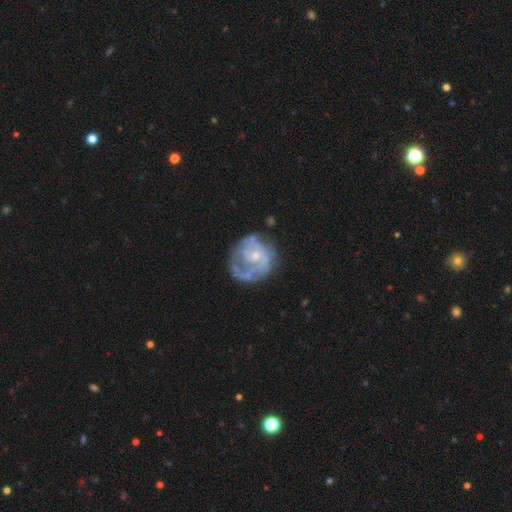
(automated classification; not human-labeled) Smooth or featured?
  - featured or disk: 77% *
  - smooth: 17%
  - star or artifact: 6%
Edge-on disk?
  - no: 98% *
  - yes: 2%
Bar?
  - no: 73% *
  - weak: 23%
  - strong: 4%
Spiral arms?
  - yes: 76% *
  - no: 24%
Spiral winding?
  - tight: 48% *
  - medium: 35%
  - loose: 17%
Spiral arm count?
  - 2: 32% * (tied)
  - can't tell: 32% * (tied)
  - 1: 19%
  - 3: 11%
  - 4: 4%
  - more than 4: 3%
Bulge size?
  - small: 61% *
  - moderate: 31%
  - none: 6%
  - large: 2%
  - dominant: 1%
Merging?
  - none: 52% *
  - minor disturbance: 22%
  - major disturbance: 22%
  - merger: 3%